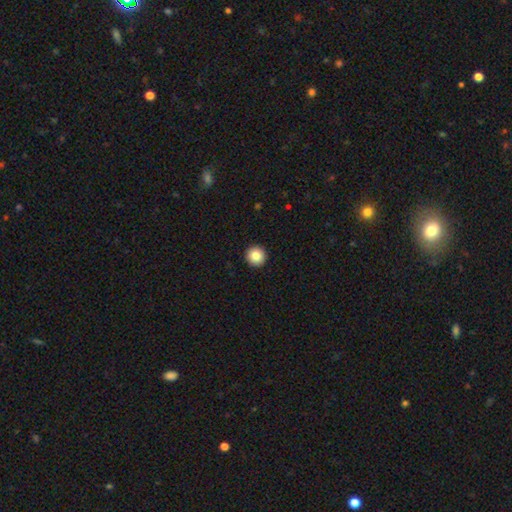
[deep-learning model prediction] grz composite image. It shows a smooth galaxy with no disk features (84%) that is round (96%). Merging: none (94%).